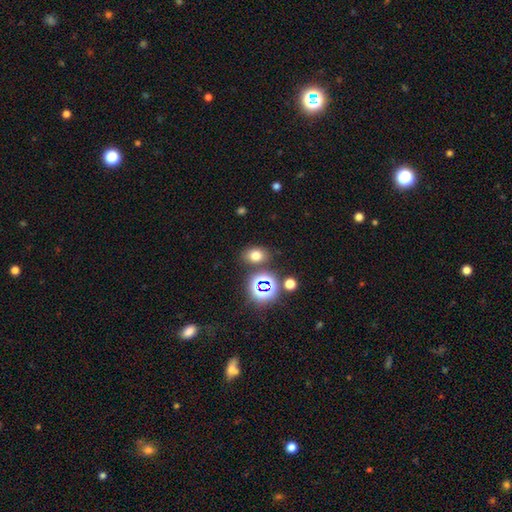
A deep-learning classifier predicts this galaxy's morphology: The model was most divided on "how rounded": in between: 63%, round: 36%, cigar-shaped: 1%. More confident: merging — none (79%); smooth or featured — smooth (69%).